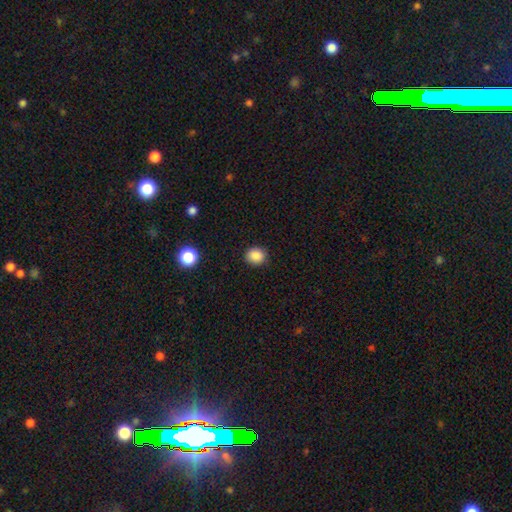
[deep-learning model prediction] A smooth galaxy with no disk features (87%) that is round (75%). Merging: none (88%).